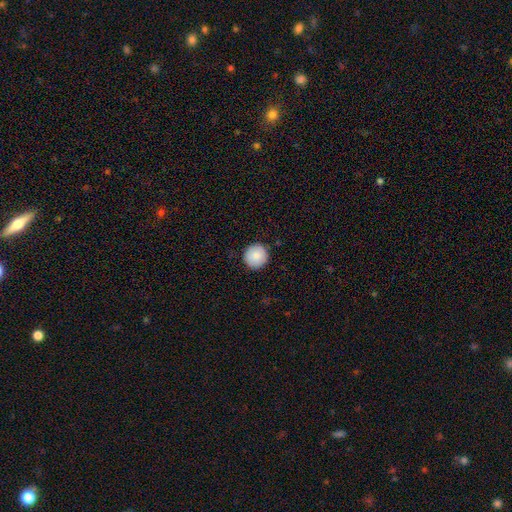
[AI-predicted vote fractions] A smooth galaxy with no disk features (88%) that is round (93%).

Vote fractions:
- Smooth or featured? smooth: 88% / star or artifact: 7% / featured or disk: 5%
- How rounded? round: 93% / in between: 6% / cigar-shaped: 1%
- Merging? none: 91% / minor disturbance: 7% / major disturbance: 2% / merger: 1%